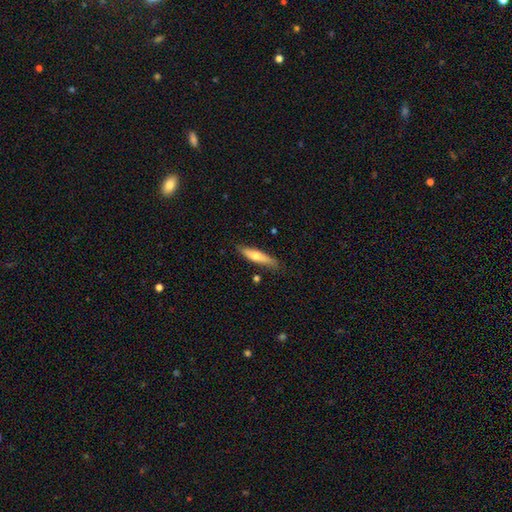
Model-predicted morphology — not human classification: type=smooth (58%); roundness=cigar-shaped (82%); merging=none (81%).